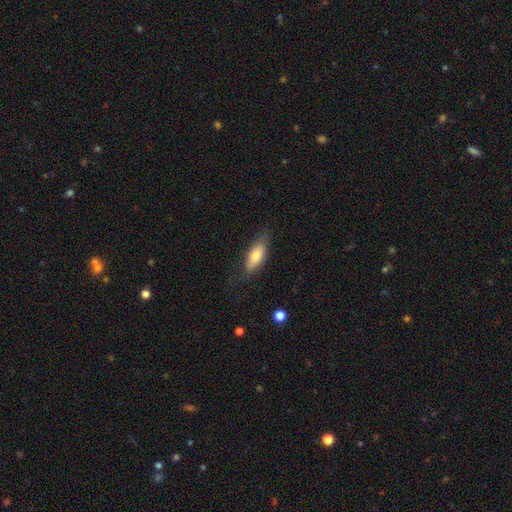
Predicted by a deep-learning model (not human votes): Smooth or featured?
  - smooth: 72% *
  - featured or disk: 21%
  - star or artifact: 6%
How rounded?
  - in between: 72% *
  - cigar-shaped: 26%
  - round: 3%
Merging?
  - none: 71% *
  - minor disturbance: 21%
  - major disturbance: 6%
  - merger: 1%